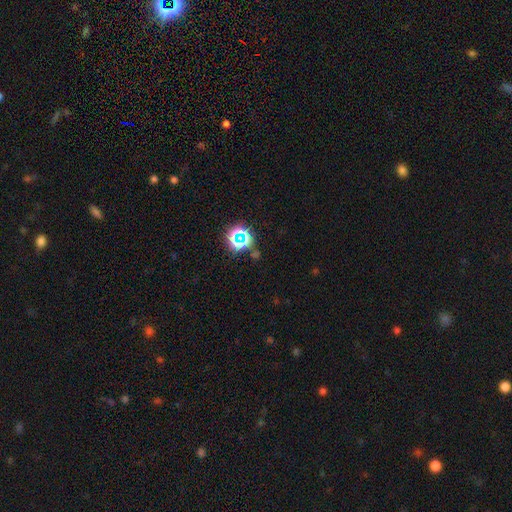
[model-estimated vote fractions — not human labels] Smooth or featured: star or artifact — 65% (smooth — 25%)